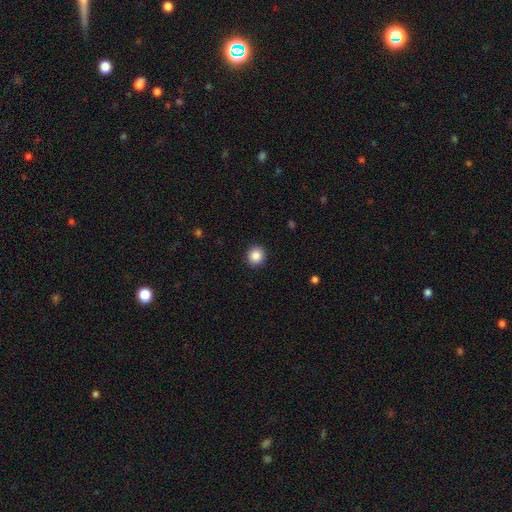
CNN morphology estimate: This is clearly a smooth galaxy (87%). How rounded: clearly round (92%). Merging: clearly none (92%).